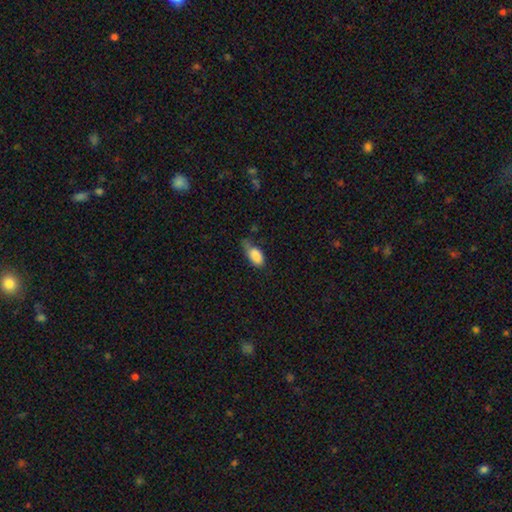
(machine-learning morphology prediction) Smooth or featured? Predicted: smooth (p=0.86). How rounded? Predicted: in between (p=0.92). Merging? Predicted: minor disturbance (p=0.40).